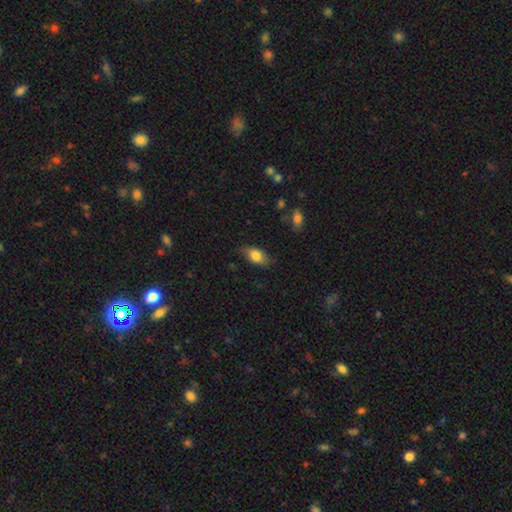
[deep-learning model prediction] smooth-or-featured: smooth: 81% | featured or disk: 11% | star or artifact: 7%
  how-rounded: in between: 89% | round: 7% | cigar-shaped: 4%
  merging: none: 76% | minor disturbance: 18% | major disturbance: 4% | merger: 1%